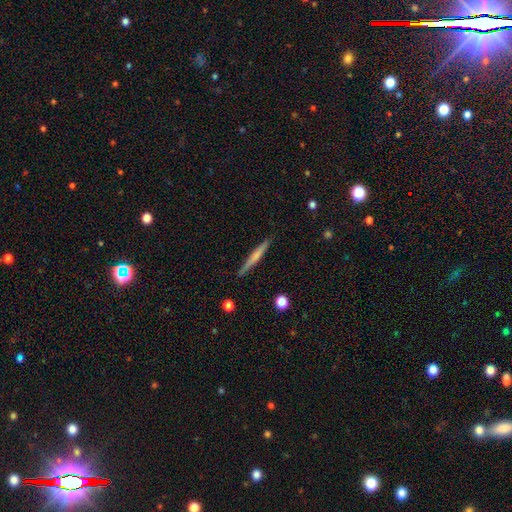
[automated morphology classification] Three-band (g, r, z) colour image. It shows a smooth galaxy with no disk features (53%) that is cigar-shaped (96%). Merging: none (89%).